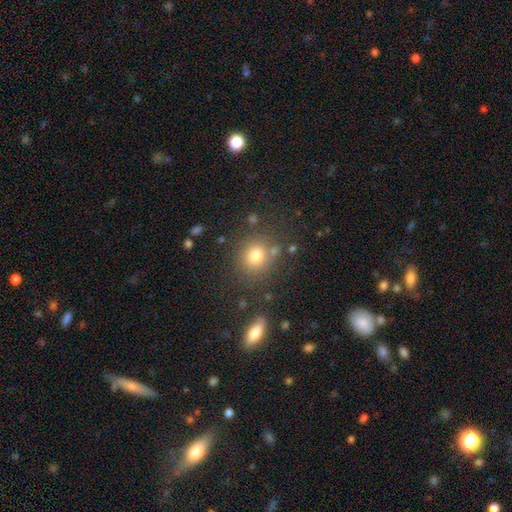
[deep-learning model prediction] Smooth or featured: smooth — 77% (star or artifact — 14%)
How rounded: round — 79% (in between — 20%)
Merging: none — 76% (minor disturbance — 12%)